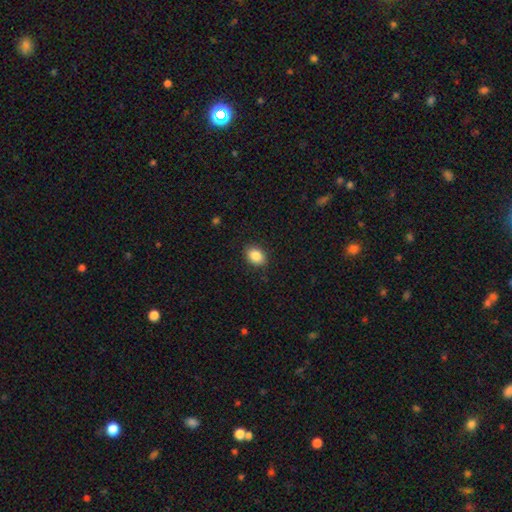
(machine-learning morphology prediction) This is clearly a smooth galaxy (87%). How rounded: likely in between (71%). Merging: clearly none (89%).